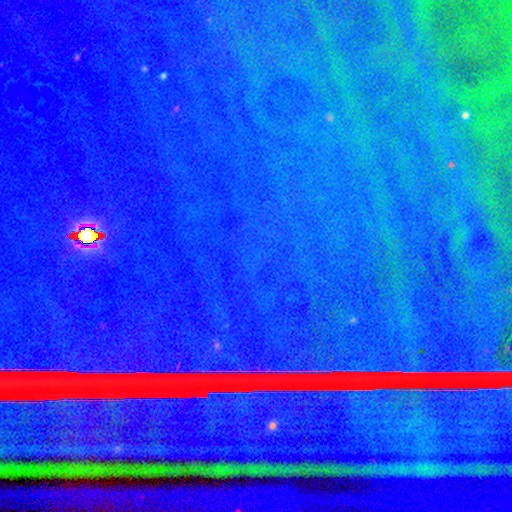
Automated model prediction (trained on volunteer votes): This appears to be a star or artifact, not a galaxy (87%).